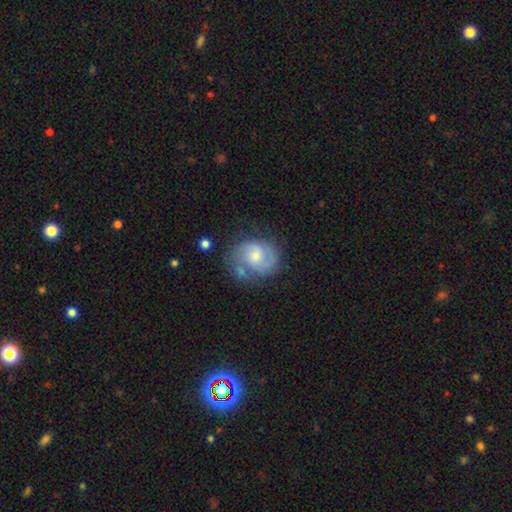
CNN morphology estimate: Overall: featured or disk (76%). Edge-on disk: no (98%). Bar: no (59%; weak 36%). Spiral arms: yes (93%). Spiral arm count: 2 (77%). Spiral winding: medium (49%; tight 36%). Bulge size: moderate (47%; small 44%). Merging: none (62%).